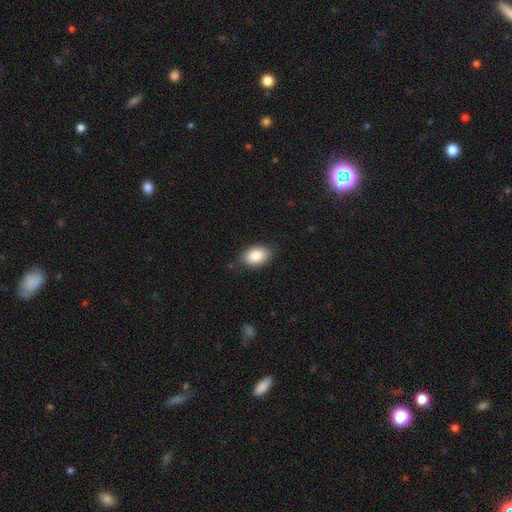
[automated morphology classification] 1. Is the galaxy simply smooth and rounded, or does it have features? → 87% smooth, 7% star or artifact, 6% featured or disk.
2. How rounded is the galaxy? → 87% in between, 12% round, 1% cigar-shaped.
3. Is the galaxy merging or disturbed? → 80% none, 16% minor disturbance, 3% major disturbance, 1% merger.